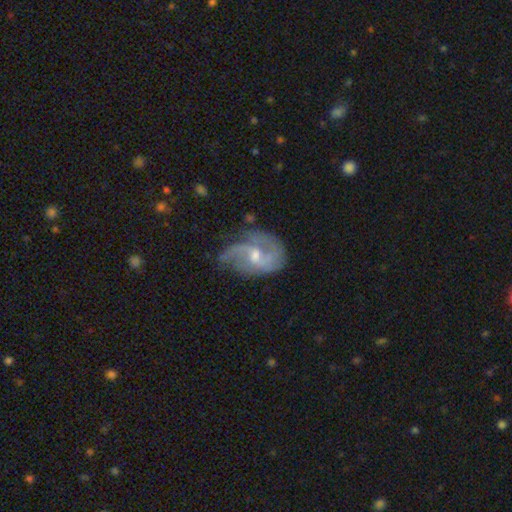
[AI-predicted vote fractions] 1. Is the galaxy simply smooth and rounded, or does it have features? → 80% featured or disk, 13% smooth, 7% star or artifact.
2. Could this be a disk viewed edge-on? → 97% no, 3% yes.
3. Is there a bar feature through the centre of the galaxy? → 47% no, 45% weak, 8% strong.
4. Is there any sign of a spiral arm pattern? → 90% yes, 10% no.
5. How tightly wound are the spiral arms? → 42% loose, 41% medium, 17% tight.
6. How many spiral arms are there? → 58% 2, 16% can't tell, 12% 3, 9% 1, 3% 4, 3% more than 4.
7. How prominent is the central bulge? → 58% moderate, 36% small, 3% large, 2% none, 1% dominant.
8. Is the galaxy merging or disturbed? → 48% none, 30% minor disturbance, 19% major disturbance, 3% merger.